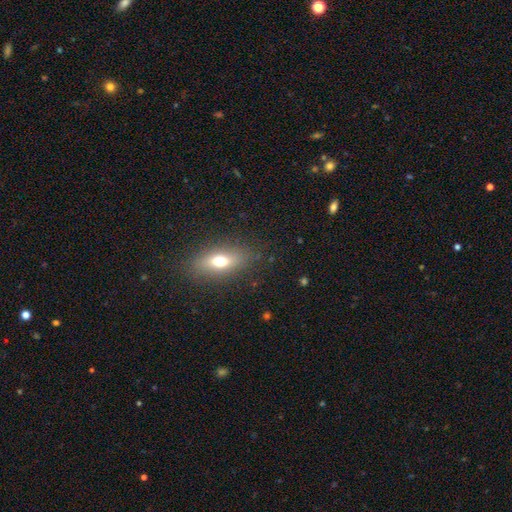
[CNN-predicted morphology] Q: Smooth or featured?
A: smooth (58%); runner-up: featured or disk (30%)
Q: How rounded?
A: in between (63%); runner-up: cigar-shaped (30%)
Q: Merging?
A: none (87%); runner-up: minor disturbance (9%)